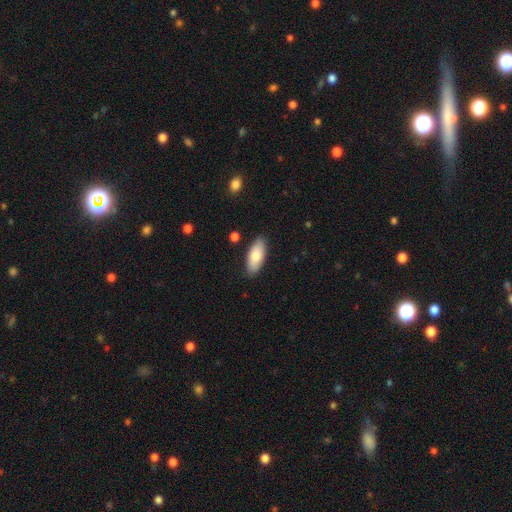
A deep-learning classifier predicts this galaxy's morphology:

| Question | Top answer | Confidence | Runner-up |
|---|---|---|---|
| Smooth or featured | smooth | 80% | featured or disk (14%) |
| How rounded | in between | 85% | cigar-shaped (13%) |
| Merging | none | 86% | minor disturbance (10%) |